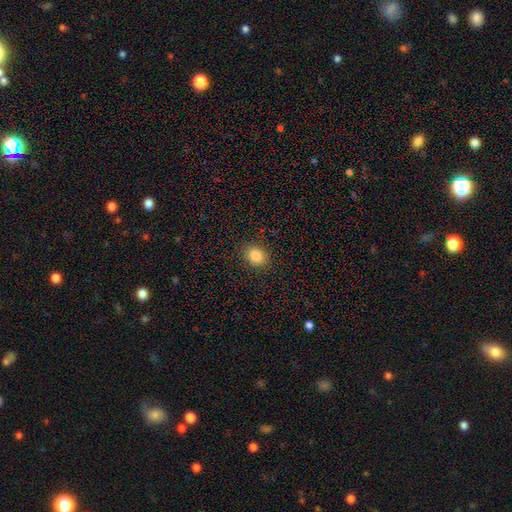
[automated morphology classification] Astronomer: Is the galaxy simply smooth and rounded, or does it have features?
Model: smooth — 84%.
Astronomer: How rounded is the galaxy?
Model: round — 59% (runner-up: in between, 40%).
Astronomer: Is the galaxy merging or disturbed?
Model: none — 89%.